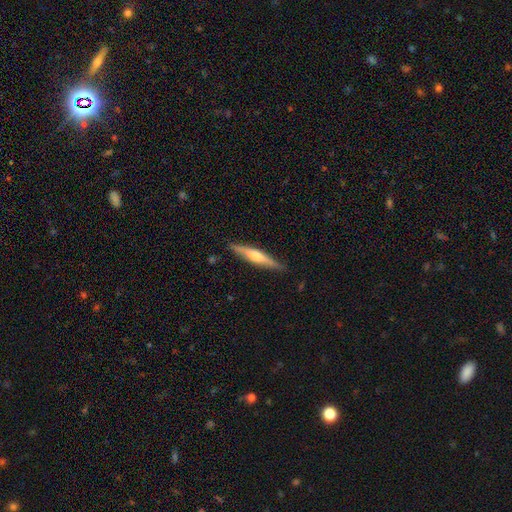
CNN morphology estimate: The model was most divided on "smooth or featured": featured or disk: 61%, smooth: 33%, star or artifact: 5%. More confident: edge-on disk — yes (96%); merging — none (88%); edge-on bulge — rounded (83%).